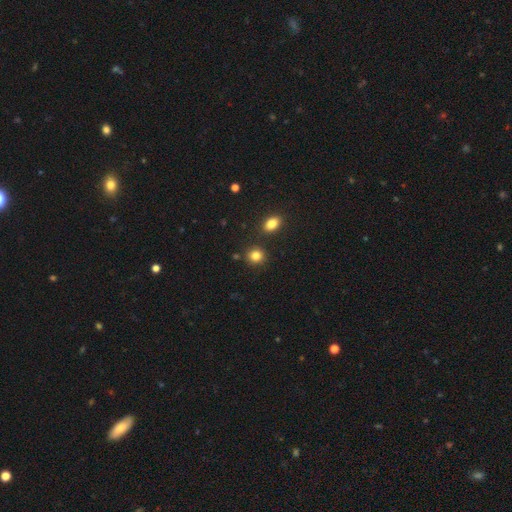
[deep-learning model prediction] This is clearly a smooth galaxy (83%). How rounded: clearly round (82%). Merging: clearly none (84%).